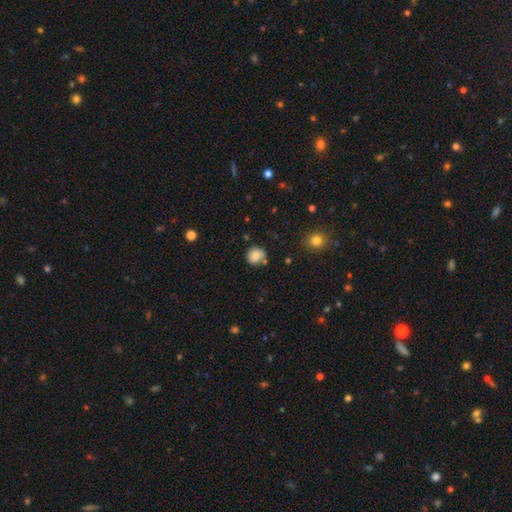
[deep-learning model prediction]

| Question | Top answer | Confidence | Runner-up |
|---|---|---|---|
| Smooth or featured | smooth | 80% | featured or disk (10%) |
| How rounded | round | 83% | in between (16%) |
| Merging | none | 70% | minor disturbance (19%) |